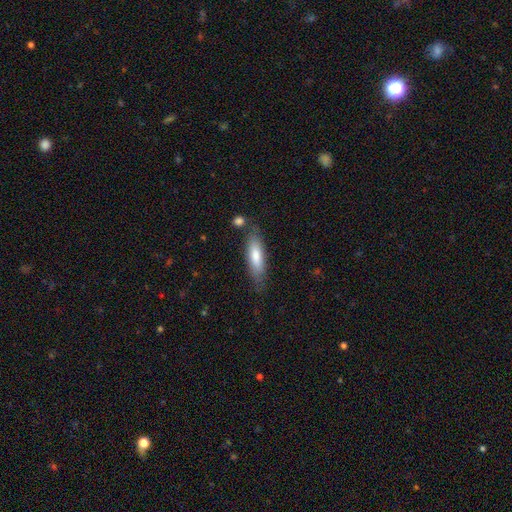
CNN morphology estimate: A smooth galaxy with no disk features (73%) that is cigar-shaped (60%). Merging: none (76%).